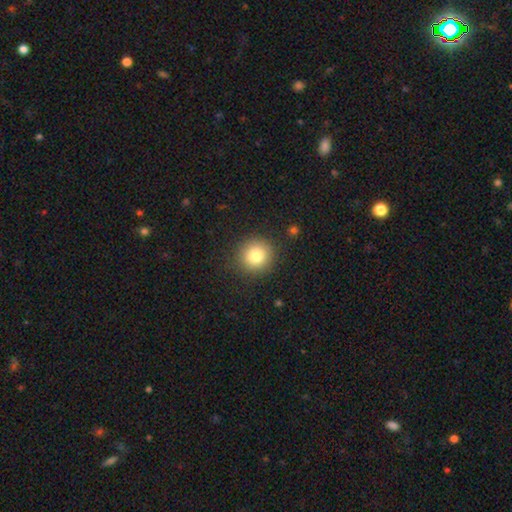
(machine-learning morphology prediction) smooth 81%, star or artifact 11%, featured or disk 8%. Down the decision tree: how rounded — round (92%); merging — none (89%).